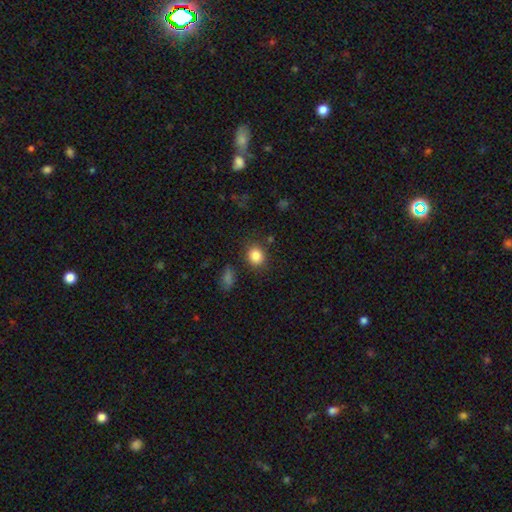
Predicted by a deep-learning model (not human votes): Morphology: type=smooth (85%); roundness=round (73%); merging=none (83%).